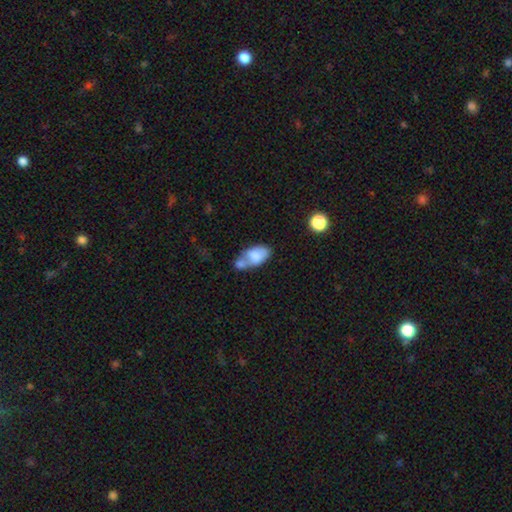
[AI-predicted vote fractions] A smooth galaxy with no disk features (70%) that is in between round and cigar-shaped (91%).

Vote fractions:
- Smooth or featured? smooth: 70% / featured or disk: 22% / star or artifact: 8%
- How rounded? in between: 91% / round: 6% / cigar-shaped: 3%
- Merging? merger: 48% / none: 25% / minor disturbance: 17% / major disturbance: 10%